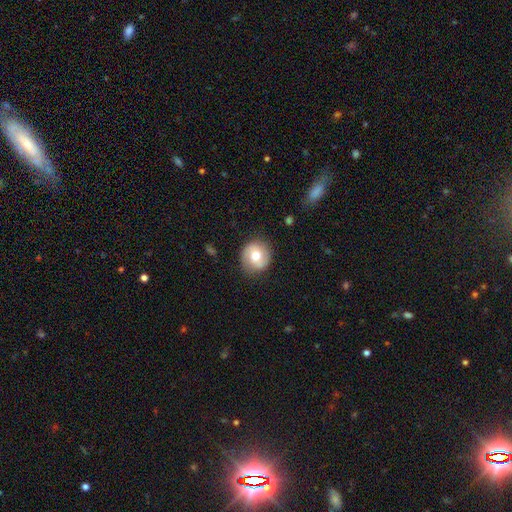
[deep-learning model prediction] A smooth galaxy with no disk features (60%) that is round (85%).

Vote fractions:
- Smooth or featured? smooth: 60% / featured or disk: 33% / star or artifact: 7%
- How rounded? round: 85% / in between: 14% / cigar-shaped: 1%
- Merging? none: 81% / minor disturbance: 14% / major disturbance: 4% / merger: 1%